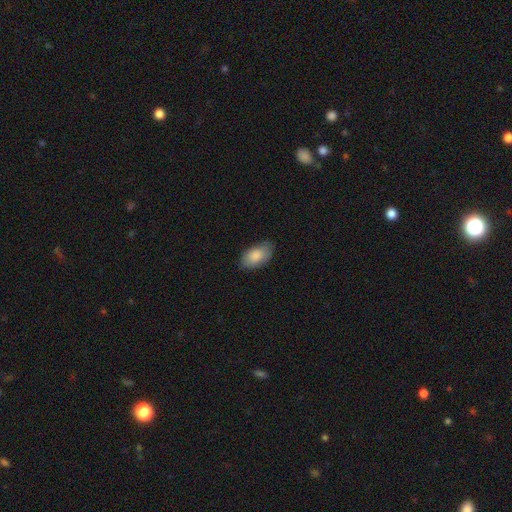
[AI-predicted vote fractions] smooth-or-featured: smooth: 85% | featured or disk: 8% | star or artifact: 6%
  how-rounded: in between: 94% | round: 4% | cigar-shaped: 2%
  merging: none: 74% | minor disturbance: 21% | major disturbance: 4% | merger: 1%